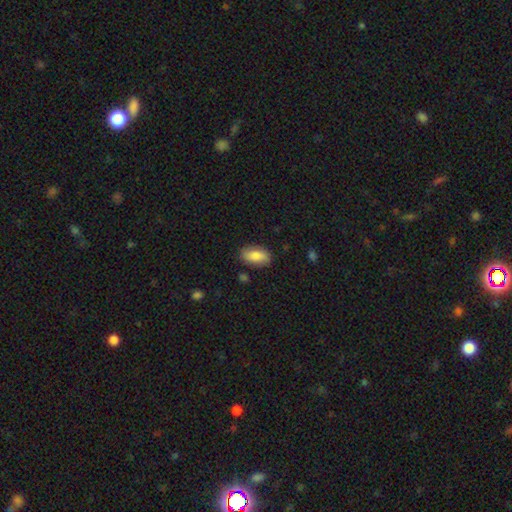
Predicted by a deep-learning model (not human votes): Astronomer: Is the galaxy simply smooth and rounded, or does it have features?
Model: smooth — 80%.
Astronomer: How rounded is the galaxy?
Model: in between — 91%.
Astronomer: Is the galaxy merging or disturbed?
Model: none — 83%.